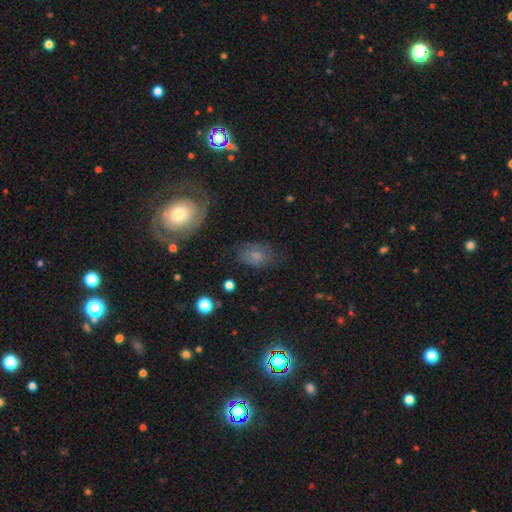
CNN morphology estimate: The model was most divided on "merging": none: 66%, minor disturbance: 22%, major disturbance: 9%, merger: 2%. More confident: how rounded — in between (83%); smooth or featured — smooth (66%).